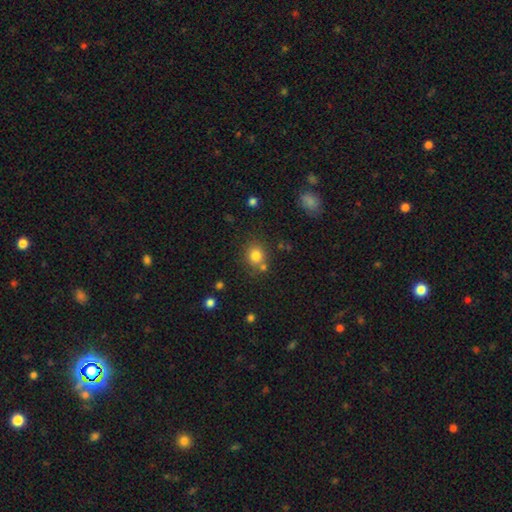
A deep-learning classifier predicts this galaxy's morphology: Q: Smooth or featured?
A: smooth (80%); runner-up: star or artifact (13%)
Q: How rounded?
A: round (79%); runner-up: in between (20%)
Q: Merging?
A: none (73%); runner-up: merger (13%)